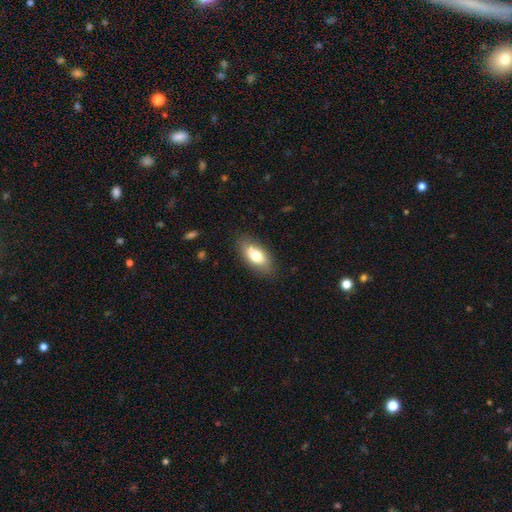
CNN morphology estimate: This is likely a smooth galaxy (73%). How rounded: clearly in between (87%). Merging: clearly none (83%).